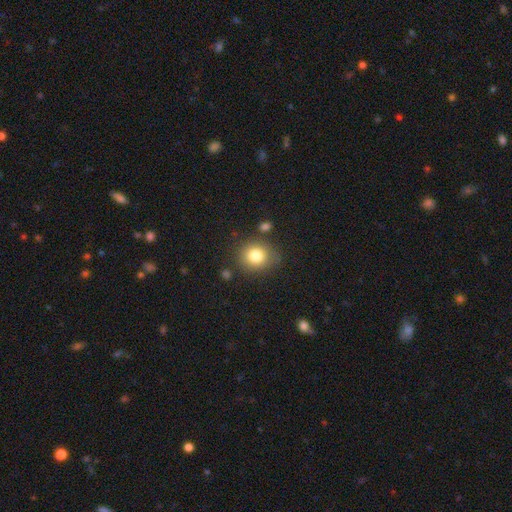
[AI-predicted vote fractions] This is clearly a smooth galaxy (81%). How rounded: likely round (78%). Merging: likely none (78%).